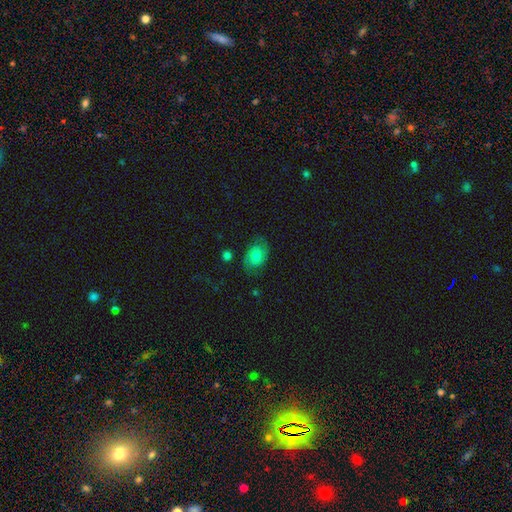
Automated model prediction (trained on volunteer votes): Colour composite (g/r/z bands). It shows a smooth galaxy with no disk features (57%) that is in between round and cigar-shaped (73%). Merging: none (69%).